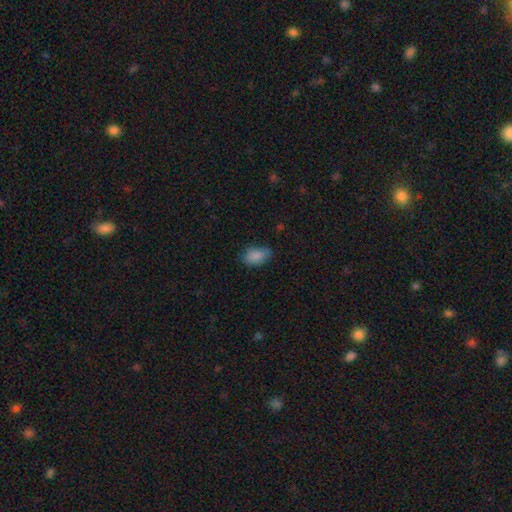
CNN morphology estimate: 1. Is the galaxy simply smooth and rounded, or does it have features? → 86% smooth, 9% star or artifact, 5% featured or disk.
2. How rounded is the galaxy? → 88% in between, 11% round, 2% cigar-shaped.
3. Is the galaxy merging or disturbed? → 68% none, 25% minor disturbance, 6% major disturbance, 1% merger.